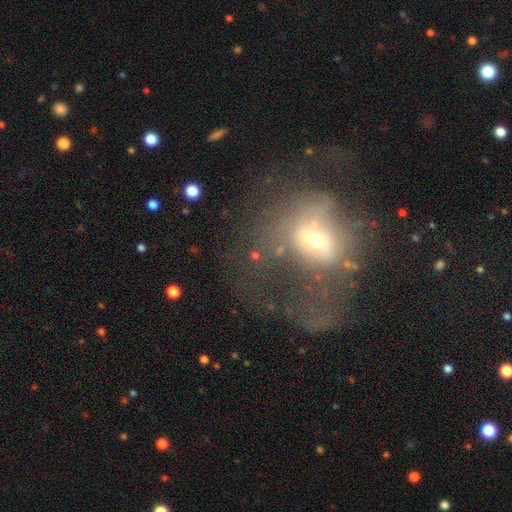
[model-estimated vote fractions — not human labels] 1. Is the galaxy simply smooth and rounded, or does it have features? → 42% smooth, 33% featured or disk, 24% star or artifact.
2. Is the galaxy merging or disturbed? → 38% none, 33% major disturbance, 15% minor disturbance, 14% merger.